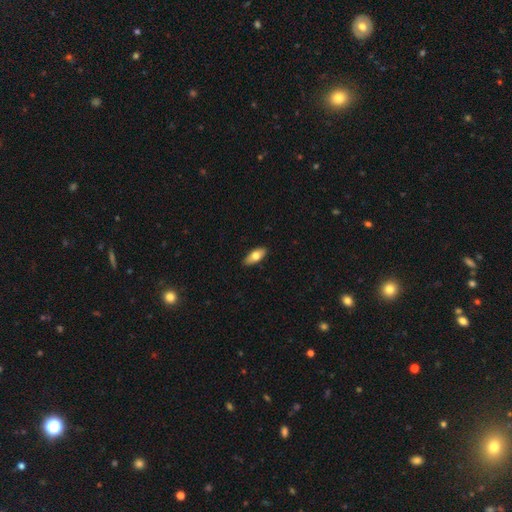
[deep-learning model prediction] Morphology: type=smooth (74%); roundness=in between (84%); merging=none (88%).